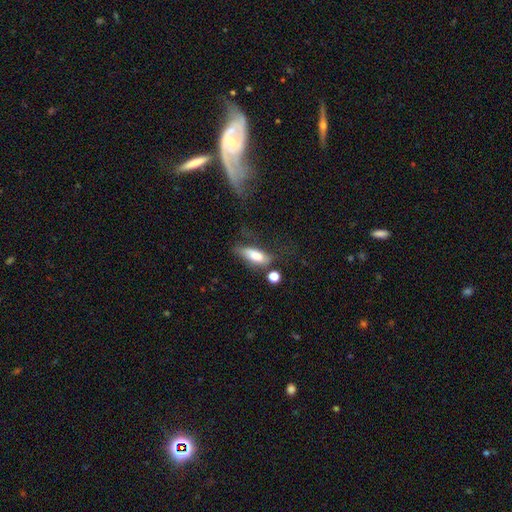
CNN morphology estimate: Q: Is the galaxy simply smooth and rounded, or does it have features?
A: smooth — 74%.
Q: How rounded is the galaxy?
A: in between — 70%.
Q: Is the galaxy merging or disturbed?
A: none — 37%.